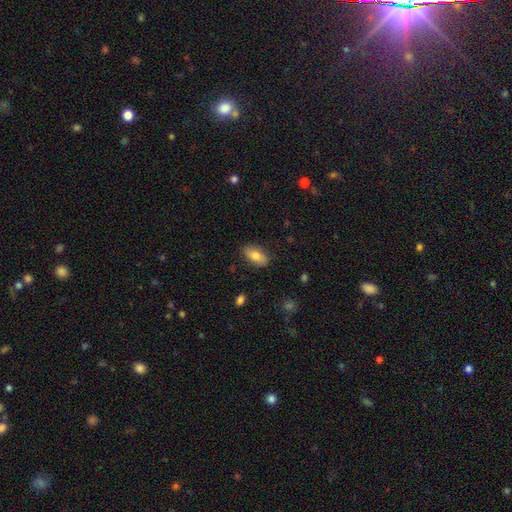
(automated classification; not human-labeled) The model was most divided on "smooth or featured": smooth: 79%, featured or disk: 14%, star or artifact: 7%. More confident: how rounded — in between (91%); merging — none (85%).